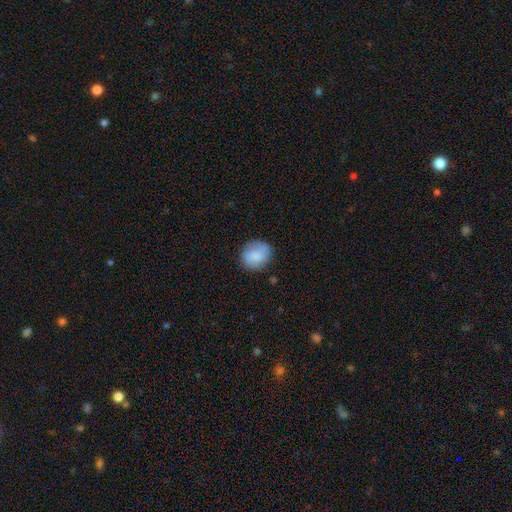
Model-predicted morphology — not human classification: type=smooth (73%); roundness=round (77%); merging=none (79%).